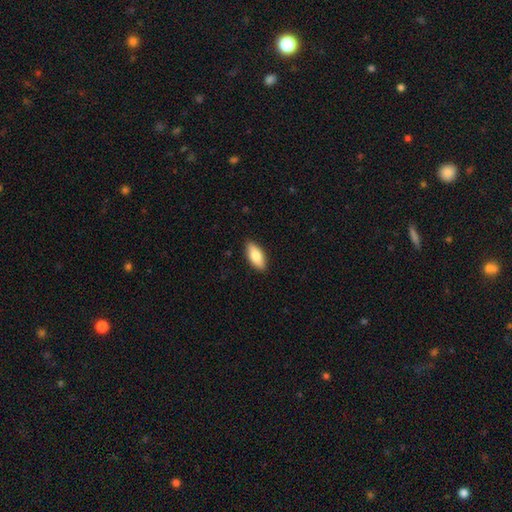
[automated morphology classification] type=smooth (81%); roundness=in between (85%); merging=none (88%).